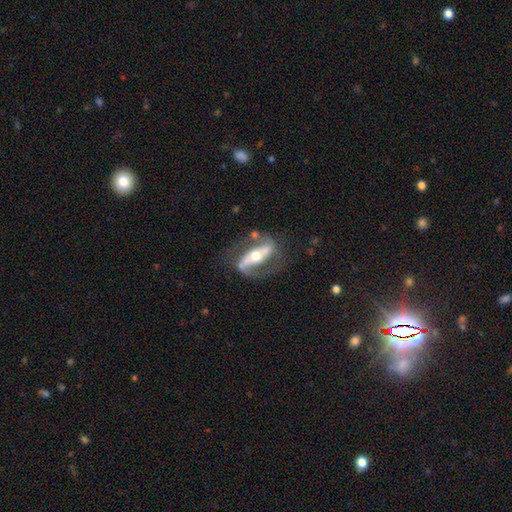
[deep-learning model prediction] smooth-or-featured: featured or disk: 85% | smooth: 10% | star or artifact: 4%
  disk-edge-on: no: 88% | yes: 12%
    bar: strong: 63% | no: 19% | weak: 18%
    has-spiral-arms: yes: 90% | no: 10%
      spiral-winding: medium: 45% | loose: 36% | tight: 18%
      spiral-arm-count: 2: 89% | 1: 5% | can't tell: 4% | 3: 1% | 4: 1% | more than 4: 1%
    bulge-size: moderate: 67% | small: 21% | large: 10% | dominant: 1% | none: 1%
  merging: none: 69% | minor disturbance: 16% | major disturbance: 12% | merger: 3%